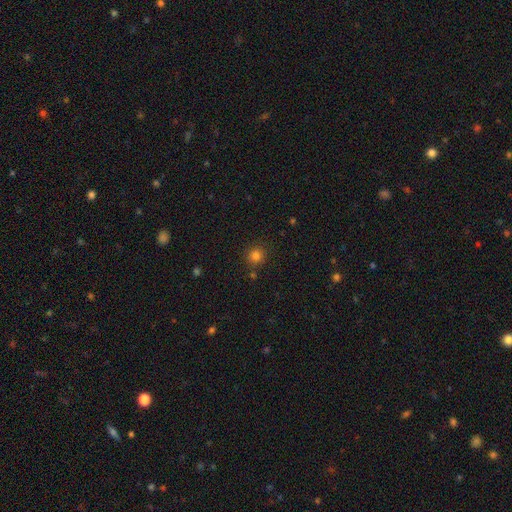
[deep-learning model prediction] Smooth or featured? smooth (79%)
How rounded? round (90%)
Merging? none (84%)